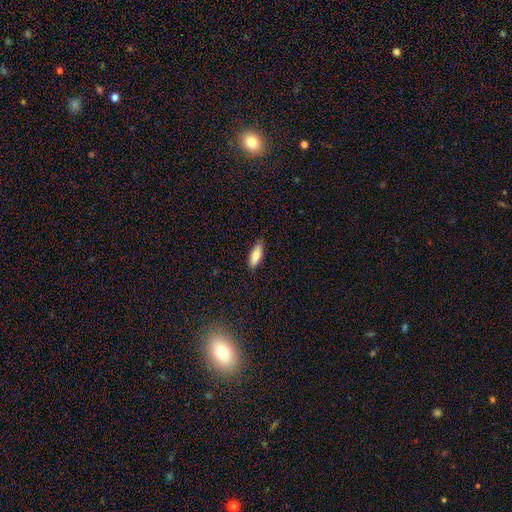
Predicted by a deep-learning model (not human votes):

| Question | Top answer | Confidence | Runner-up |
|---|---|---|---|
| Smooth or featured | smooth | 85% | featured or disk (8%) |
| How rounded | in between | 66% | cigar-shaped (32%) |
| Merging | none | 85% | minor disturbance (12%) |